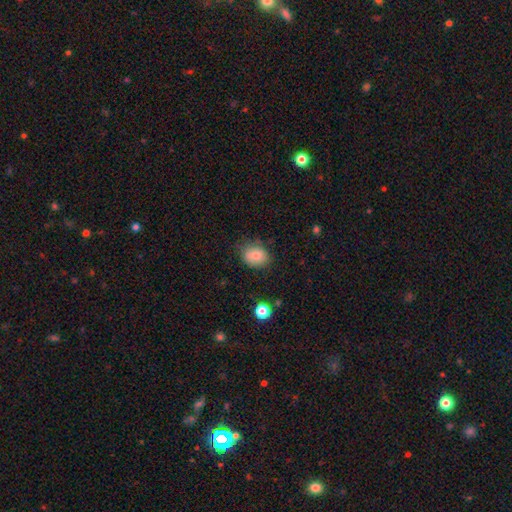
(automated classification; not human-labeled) This is clearly a smooth galaxy (82%). How rounded: possibly round (51%). Merging: likely none (72%).